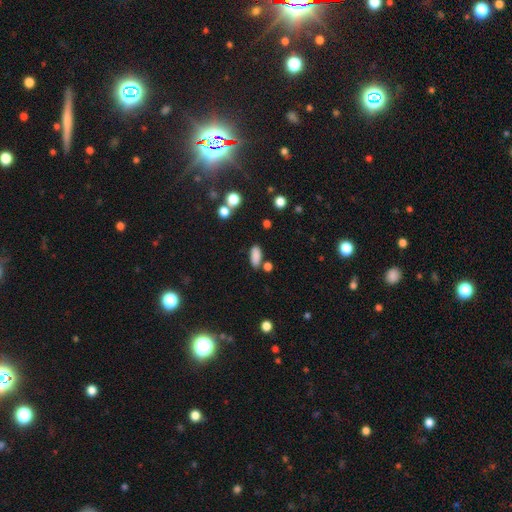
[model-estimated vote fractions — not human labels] Smooth or featured? smooth (85%)
How rounded? in between (80%)
Merging? none (74%)